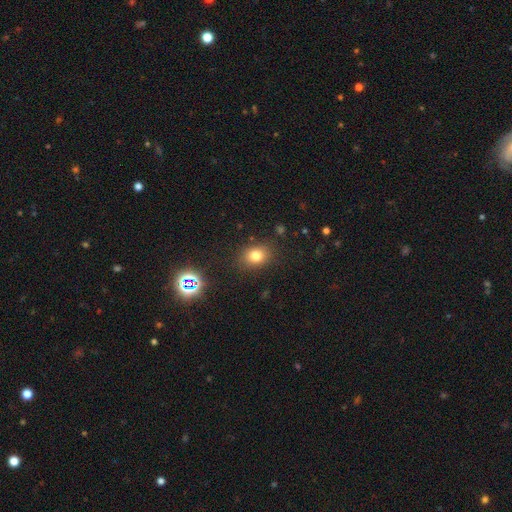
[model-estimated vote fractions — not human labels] smooth_or_featured: smooth (p=0.77) [alt: star or artifact p=0.15]
how_rounded: in between (p=0.52) [alt: round p=0.47]
merging: none (p=0.84) [alt: minor disturbance p=0.11]